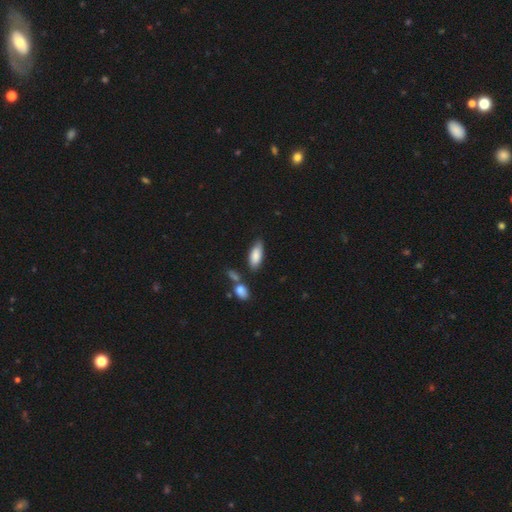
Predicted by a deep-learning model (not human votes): smooth-or-featured: smooth: 82% | featured or disk: 12% | star or artifact: 6%
  how-rounded: in between: 79% | cigar-shaped: 19% | round: 2%
  merging: none: 67% | minor disturbance: 19% | merger: 9% | major disturbance: 4%